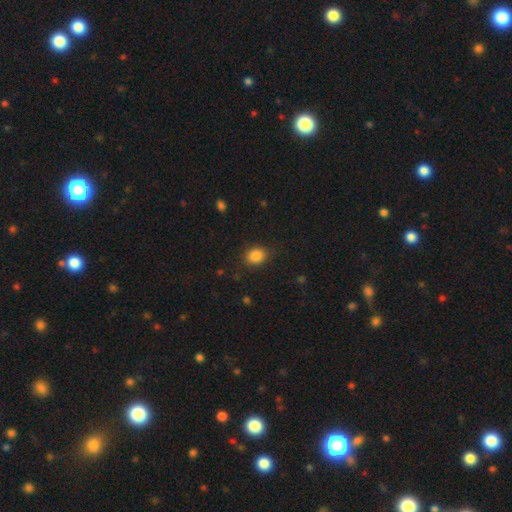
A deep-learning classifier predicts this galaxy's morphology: A smooth galaxy with no disk features (86%) that is round (60%). Merging: none (83%).